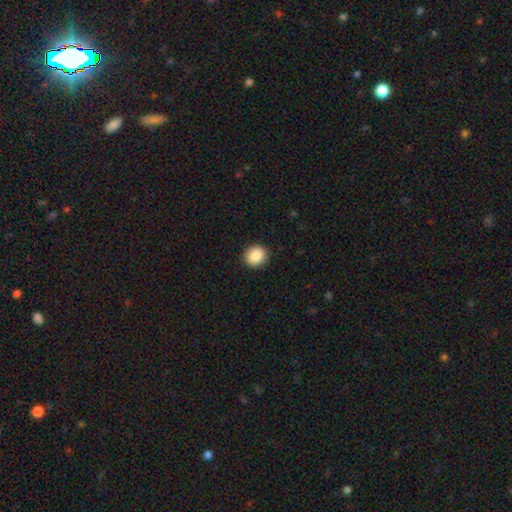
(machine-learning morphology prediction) smooth-or-featured: smooth: 89% | star or artifact: 8% | featured or disk: 3%
  how-rounded: round: 84% | in between: 15% | cigar-shaped: 1%
  merging: none: 92% | minor disturbance: 6% | major disturbance: 2% | merger: 1%